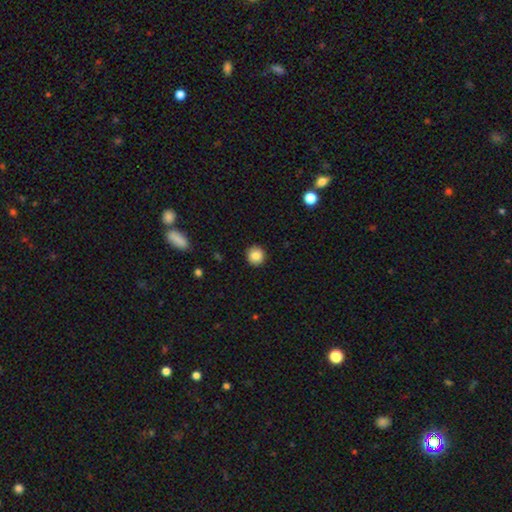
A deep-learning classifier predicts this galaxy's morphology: type=smooth (86%); roundness=round (93%); merging=none (92%).